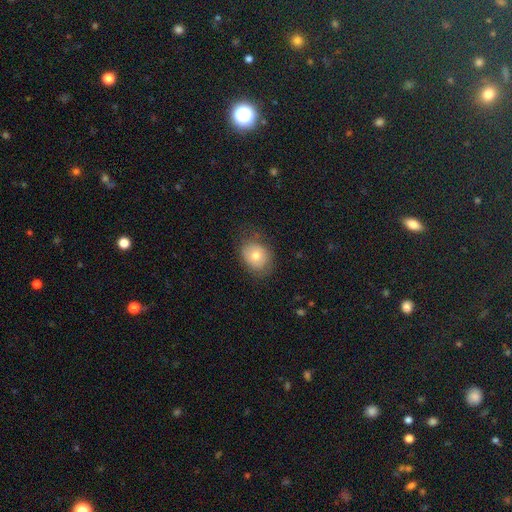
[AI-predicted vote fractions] Smooth or featured? Predicted: smooth (p=0.71). How rounded? Predicted: in between (p=0.51). Merging? Predicted: none (p=0.69).